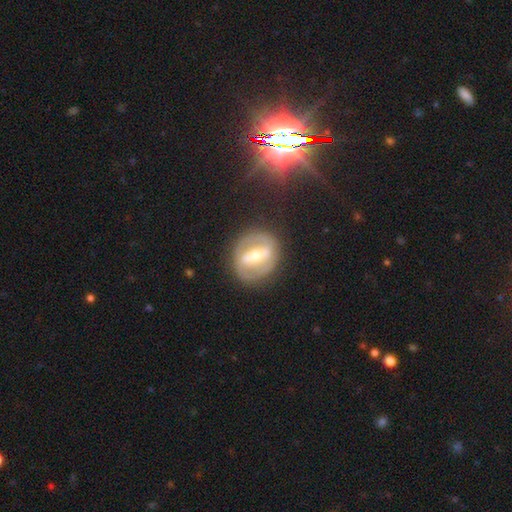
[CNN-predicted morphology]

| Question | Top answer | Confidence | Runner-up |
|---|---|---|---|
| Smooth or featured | featured or disk | 74% | smooth (20%) |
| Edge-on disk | no | 90% | yes (10%) |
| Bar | strong | 74% | weak (18%) |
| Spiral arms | no | 59% | yes (41%) |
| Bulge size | moderate | 58% | small (30%) |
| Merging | none | 81% | minor disturbance (12%) |